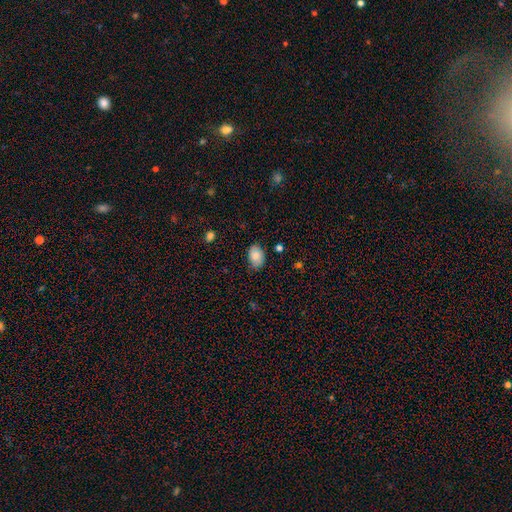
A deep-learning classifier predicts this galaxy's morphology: A smooth galaxy with no disk features (84%) that is in between round and cigar-shaped (81%).

Vote fractions:
- Smooth or featured? smooth: 84% / featured or disk: 8% / star or artifact: 8%
- How rounded? in between: 81% / round: 18% / cigar-shaped: 1%
- Merging? none: 74% / minor disturbance: 21% / major disturbance: 3% / merger: 1%